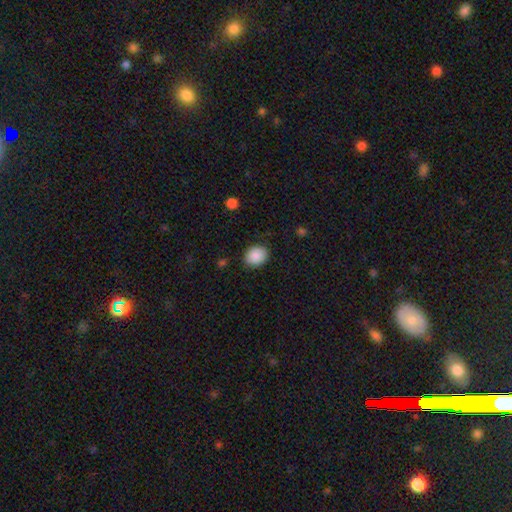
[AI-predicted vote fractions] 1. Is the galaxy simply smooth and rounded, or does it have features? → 89% smooth, 8% star or artifact, 3% featured or disk.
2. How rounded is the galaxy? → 57% round, 42% in between, 1% cigar-shaped.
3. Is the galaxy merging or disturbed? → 86% none, 10% minor disturbance, 3% major disturbance, 1% merger.